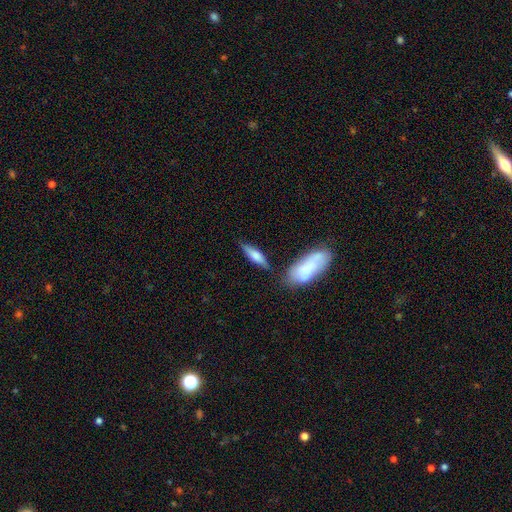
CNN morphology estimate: A smooth galaxy with no disk features (64%) that is cigar-shaped (58%).

Vote fractions:
- Smooth or featured? smooth: 64% / featured or disk: 30% / star or artifact: 6%
- How rounded? cigar-shaped: 58% / in between: 39% / round: 2%
- Merging? none: 68% / minor disturbance: 17% / merger: 10% / major disturbance: 5%